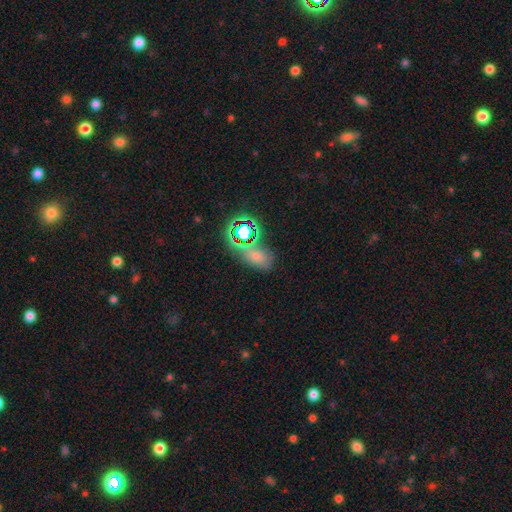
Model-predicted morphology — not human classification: A star or artifact, not a galaxy (48%).